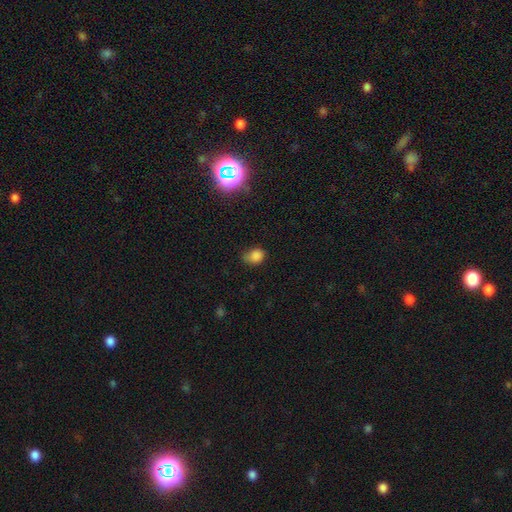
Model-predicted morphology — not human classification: Smooth or featured?
  - smooth: 81% *
  - star or artifact: 13%
  - featured or disk: 5%
How rounded?
  - round: 55% *
  - in between: 44%
  - cigar-shaped: 1%
Merging?
  - none: 53% *
  - minor disturbance: 34%
  - major disturbance: 10%
  - merger: 3%